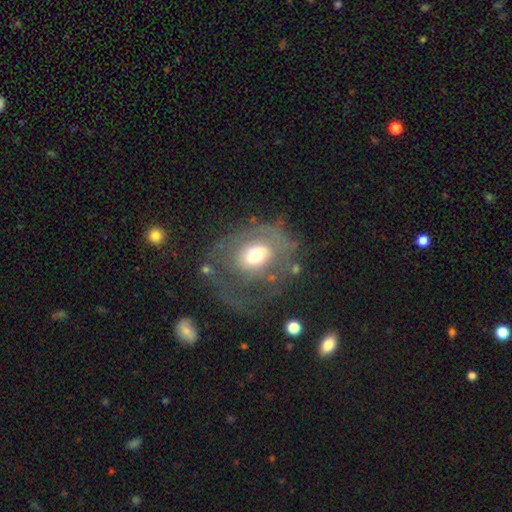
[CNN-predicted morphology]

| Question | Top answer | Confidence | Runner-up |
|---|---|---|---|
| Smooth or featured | featured or disk | 60% | smooth (32%) |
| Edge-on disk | no | 96% | yes (4%) |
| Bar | no | 75% | weak (19%) |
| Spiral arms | yes | 58% | no (42%) |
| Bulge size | moderate | 59% | large (22%) |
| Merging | none | 43% | major disturbance (34%) |